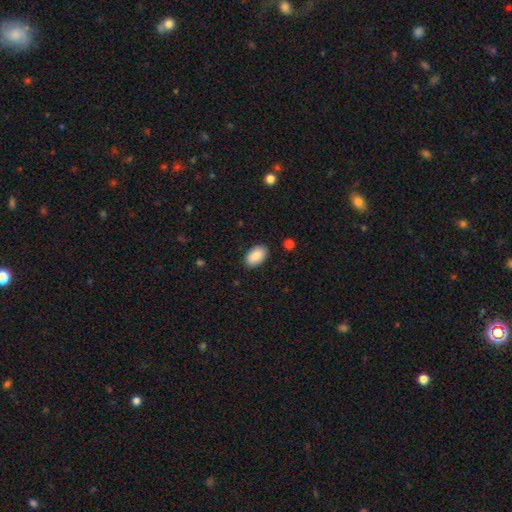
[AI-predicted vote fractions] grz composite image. It shows a smooth galaxy with no disk features (88%) that is in between round and cigar-shaped (93%). Merging: none (88%).